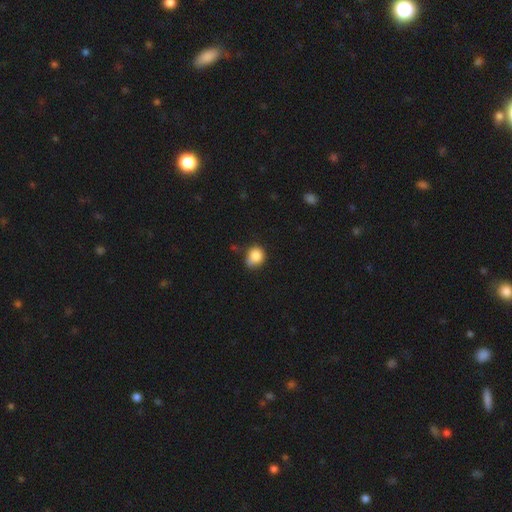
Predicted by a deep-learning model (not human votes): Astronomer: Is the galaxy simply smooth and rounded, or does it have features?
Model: smooth — 83%.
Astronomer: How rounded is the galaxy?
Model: round — 67%.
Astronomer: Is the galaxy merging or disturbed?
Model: none — 49% (runner-up: minor disturbance, 35%).